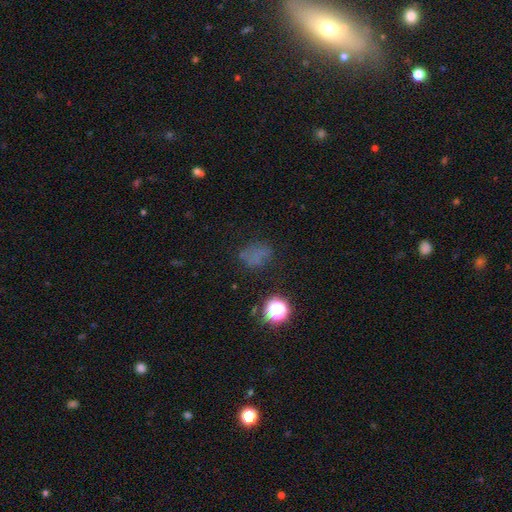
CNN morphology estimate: A smooth galaxy with no disk features (50%).

Vote fractions:
- Smooth or featured? smooth: 50% / star or artifact: 33% / featured or disk: 17%
- Merging? none: 60% / minor disturbance: 20% / major disturbance: 15% / merger: 5%